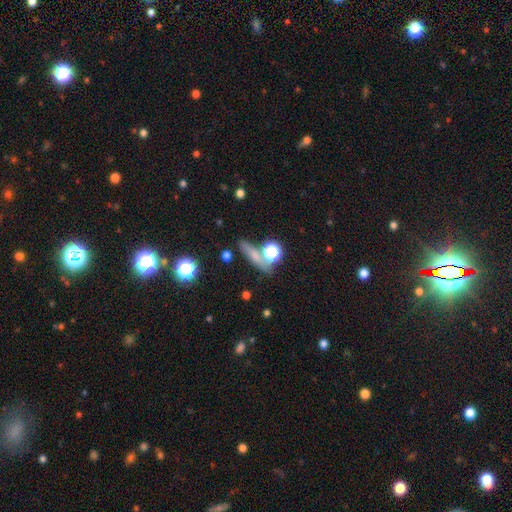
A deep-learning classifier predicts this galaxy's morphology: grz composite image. It shows a smooth galaxy with no disk features (58%) that is cigar-shaped (57%). Merging: none (67%).